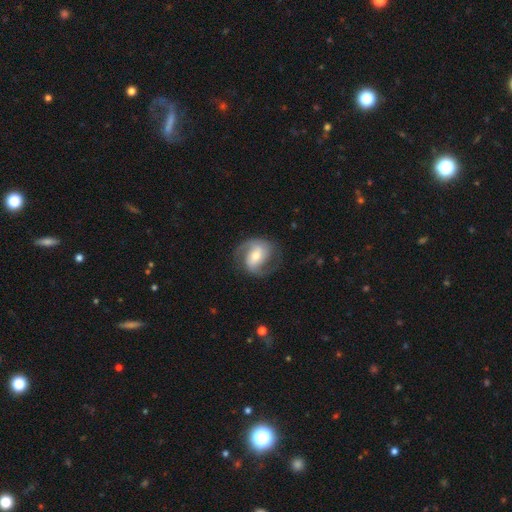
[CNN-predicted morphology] Smooth or featured: featured or disk — 81% (smooth — 13%)
Edge-on disk: no — 97% (yes — 3%)
Bar: weak — 40% (no — 34%)
Spiral arms: yes — 95% (no — 5%)
Spiral winding: medium — 50% (loose — 27%)
Spiral arm count: 2 — 87% (can't tell — 5%)
Bulge size: moderate — 58% (small — 33%)
Merging: none — 72% (minor disturbance — 16%)